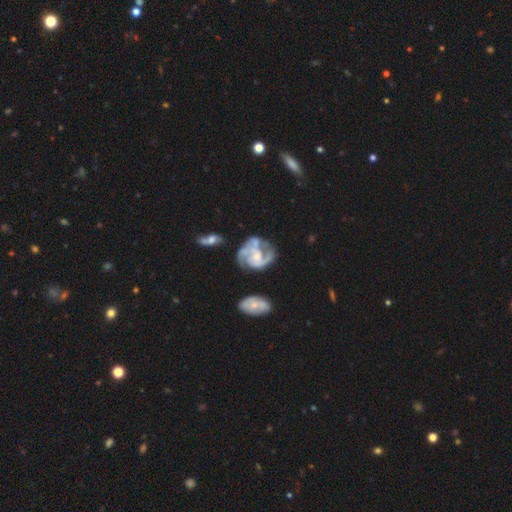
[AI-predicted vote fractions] Morphology: type=featured or disk (82%); edge-on=no (98%); bar=no (62%); spiral arms=yes (88%); winding=medium (47%); arm count=2 (38%); bulge=small (43%); merging=none (49%).